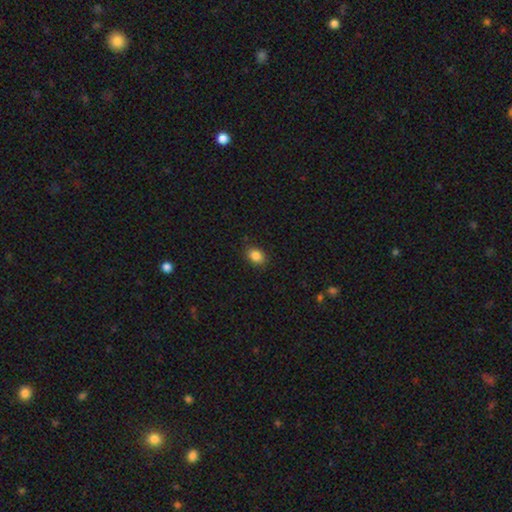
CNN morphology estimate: Smooth or featured? smooth (86%)
How rounded? in between (70%)
Merging? none (85%)